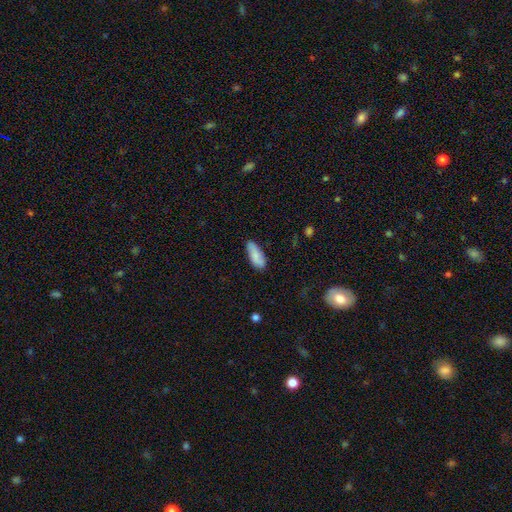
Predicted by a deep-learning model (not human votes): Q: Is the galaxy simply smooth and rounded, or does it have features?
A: smooth — 83%.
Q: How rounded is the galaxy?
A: in between — 75%.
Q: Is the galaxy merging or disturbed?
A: none — 77%.